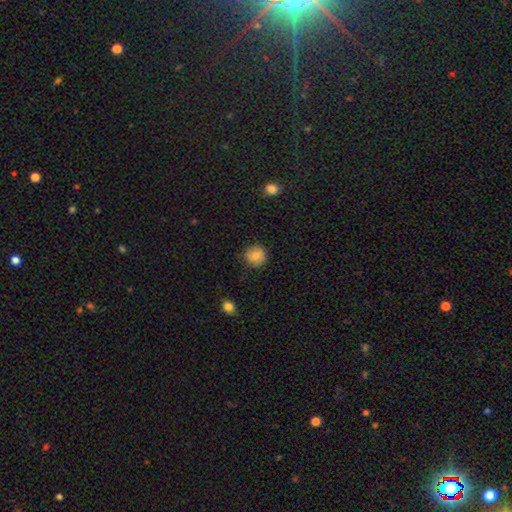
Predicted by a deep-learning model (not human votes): smooth_or_featured: smooth (p=0.82) [alt: star or artifact p=0.09]
how_rounded: round (p=0.89) [alt: in between p=0.10]
merging: none (p=0.83) [alt: minor disturbance p=0.13]